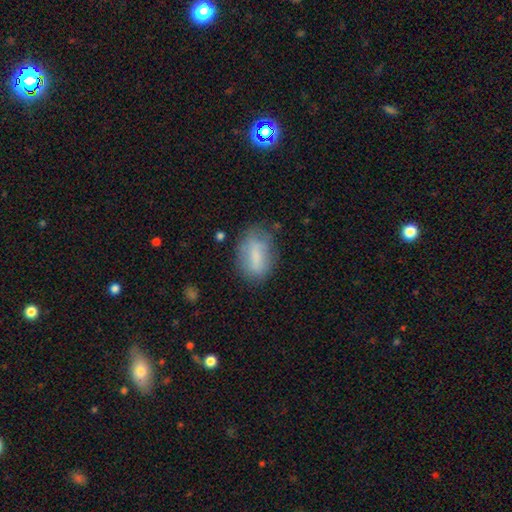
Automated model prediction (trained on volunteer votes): Smooth or featured? smooth (68%)
How rounded? in between (85%)
Merging? none (66%)